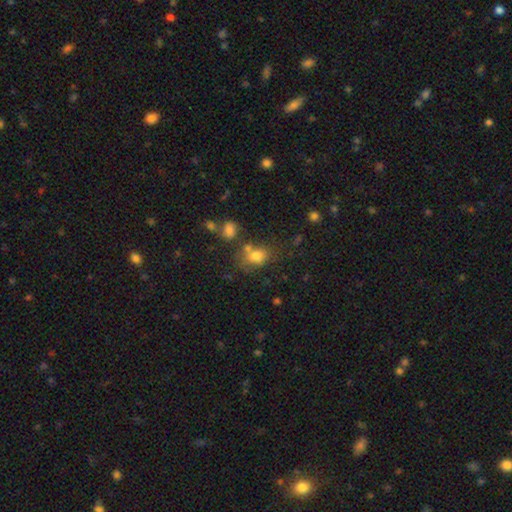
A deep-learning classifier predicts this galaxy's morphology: Smooth or featured? smooth (74%)
How rounded? in between (64%)
Merging? none (49%)